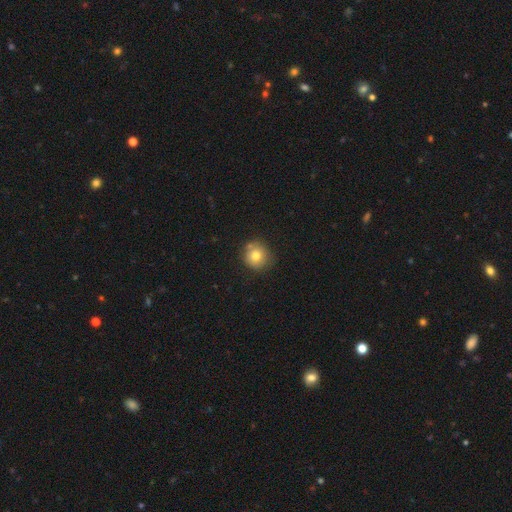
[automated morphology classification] Smooth or featured: smooth — 78% (featured or disk — 11%)
How rounded: round — 90% (in between — 9%)
Merging: none — 76% (minor disturbance — 15%)